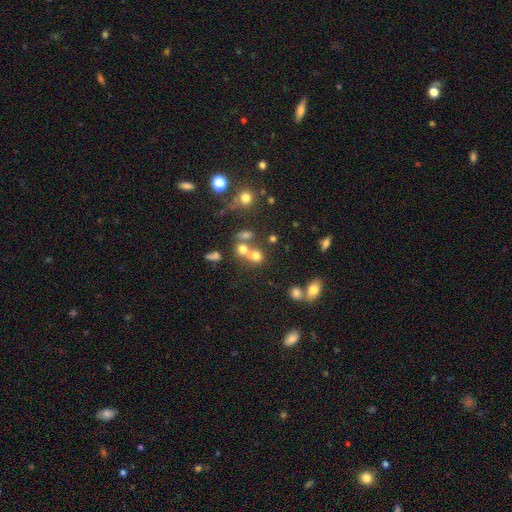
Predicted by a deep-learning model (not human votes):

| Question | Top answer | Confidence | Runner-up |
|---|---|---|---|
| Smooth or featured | smooth | 61% | star or artifact (21%) |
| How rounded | round | 76% | in between (23%) |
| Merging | merger | 46% | none (40%) |